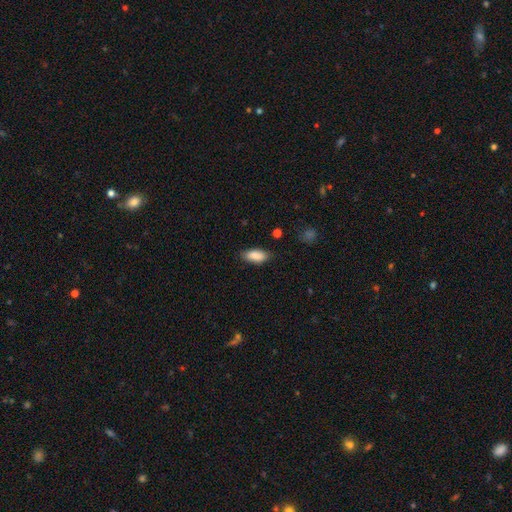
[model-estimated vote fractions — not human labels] A smooth galaxy with no disk features (88%) that is in between round and cigar-shaped (85%).

Vote fractions:
- Smooth or featured? smooth: 88% / star or artifact: 7% / featured or disk: 6%
- How rounded? in between: 85% / cigar-shaped: 13% / round: 2%
- Merging? none: 81% / minor disturbance: 15% / major disturbance: 3% / merger: 1%